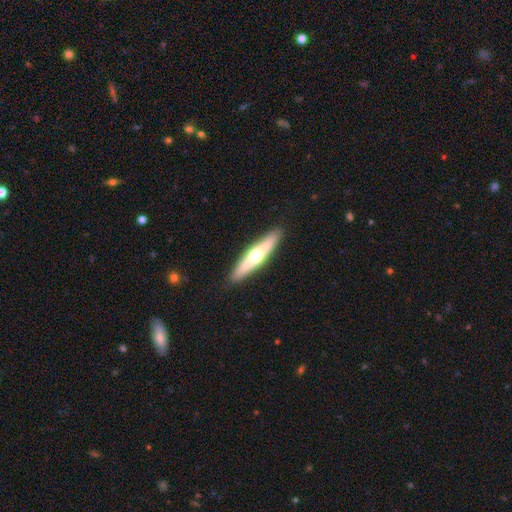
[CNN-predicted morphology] A featured or disk galaxy (50%) viewed edge-on (90%).

Vote fractions:
- Smooth or featured? featured or disk: 50% / smooth: 45% / star or artifact: 5%
- Edge-on disk? yes: 90% / no: 10%
- Merging? none: 90% / minor disturbance: 7% / major disturbance: 2% / merger: 1%